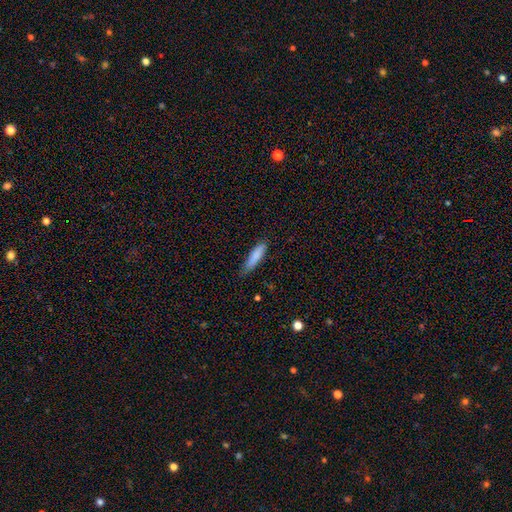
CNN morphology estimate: smooth-or-featured: smooth: 84% | featured or disk: 10% | star or artifact: 6%
  how-rounded: cigar-shaped: 73% | in between: 25% | round: 1%
  merging: none: 71% | minor disturbance: 23% | major disturbance: 4% | merger: 1%